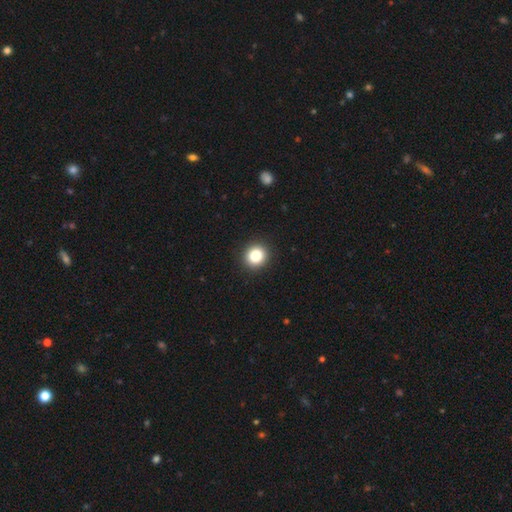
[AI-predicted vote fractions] The model was most divided on "smooth or featured": smooth: 84%, star or artifact: 10%, featured or disk: 5%. More confident: merging — none (93%); how rounded — round (90%).